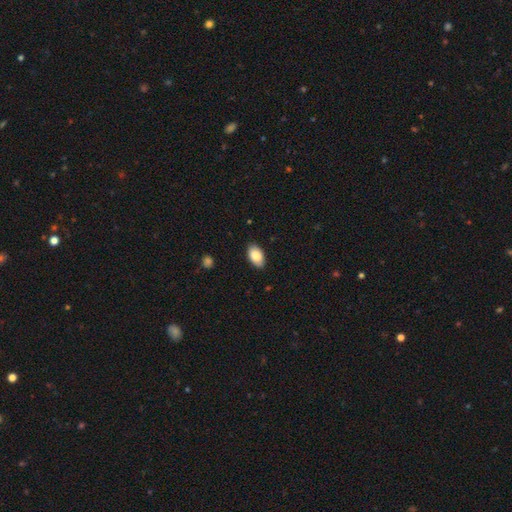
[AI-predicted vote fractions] smooth 86%, featured or disk 8%, star or artifact 7%. Down the decision tree: how rounded — in between (94%); merging — none (85%).